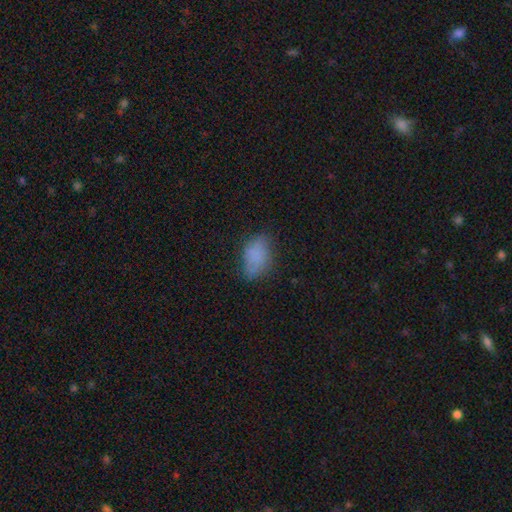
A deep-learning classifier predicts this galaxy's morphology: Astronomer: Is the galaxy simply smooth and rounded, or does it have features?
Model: smooth — 79%.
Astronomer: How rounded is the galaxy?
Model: in between — 89%.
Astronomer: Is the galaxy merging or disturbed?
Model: none — 62%.